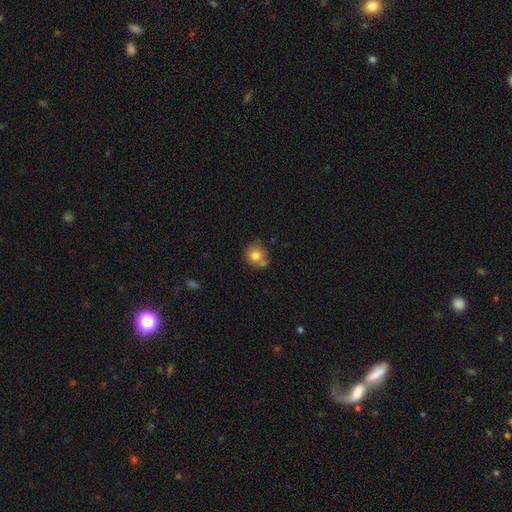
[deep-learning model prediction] This appears to be a smooth galaxy with no disk features (77%) that is round (81%). Merging: none (50%).